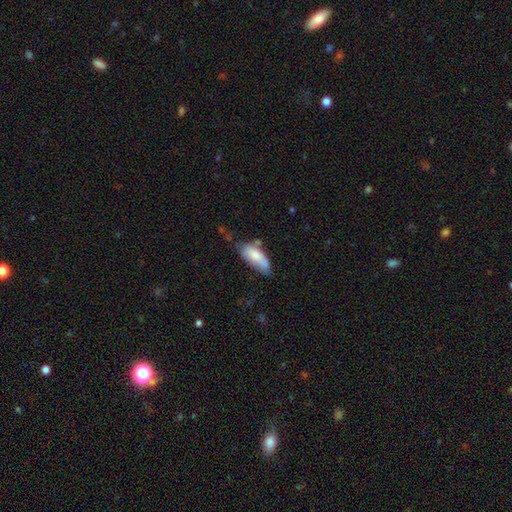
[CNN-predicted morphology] This is likely a smooth galaxy (78%). How rounded: clearly in between (83%). Merging: marginally none (44%).